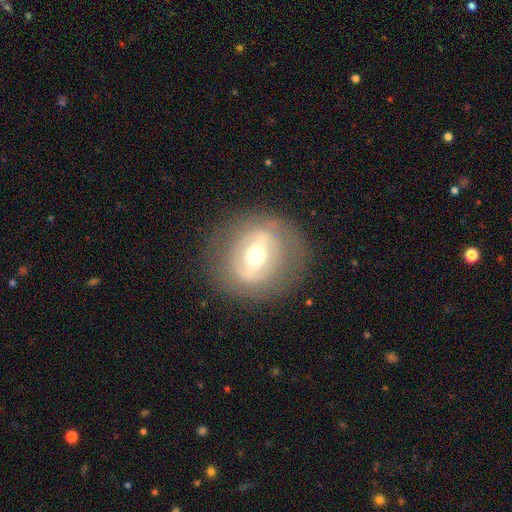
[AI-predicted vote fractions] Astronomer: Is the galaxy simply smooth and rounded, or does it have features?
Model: featured or disk — 66%.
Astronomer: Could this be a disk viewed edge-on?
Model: no — 88%.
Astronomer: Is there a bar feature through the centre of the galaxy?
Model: strong — 55%.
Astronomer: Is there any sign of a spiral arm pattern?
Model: no — 74%.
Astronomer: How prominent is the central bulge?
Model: moderate — 70%.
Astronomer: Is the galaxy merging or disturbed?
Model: none — 81%.